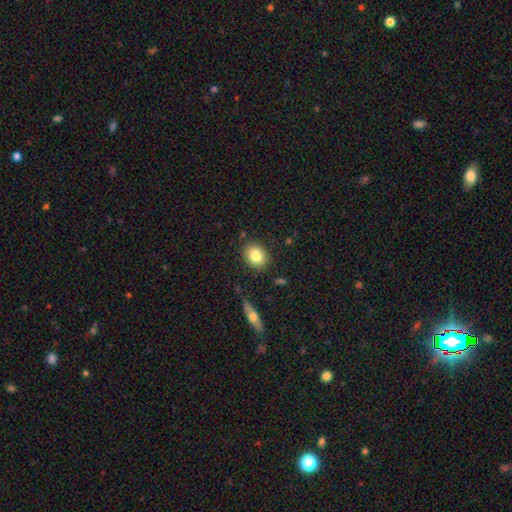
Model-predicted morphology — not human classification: Smooth or featured? smooth (81%)
How rounded? round (54%)
Merging? none (85%)